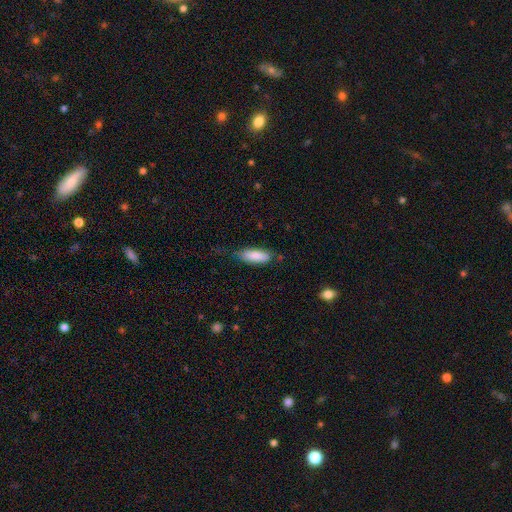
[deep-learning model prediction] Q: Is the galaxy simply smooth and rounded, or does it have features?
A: smooth — 84%.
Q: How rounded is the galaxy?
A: in between — 69%.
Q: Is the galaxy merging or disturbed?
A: none — 64%.